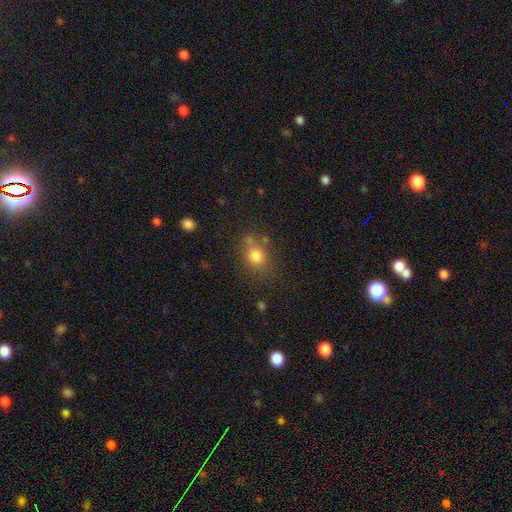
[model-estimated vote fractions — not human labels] Q: Smooth or featured?
A: smooth (78%); runner-up: star or artifact (13%)
Q: How rounded?
A: round (67%); runner-up: in between (32%)
Q: Merging?
A: none (69%); runner-up: minor disturbance (15%)